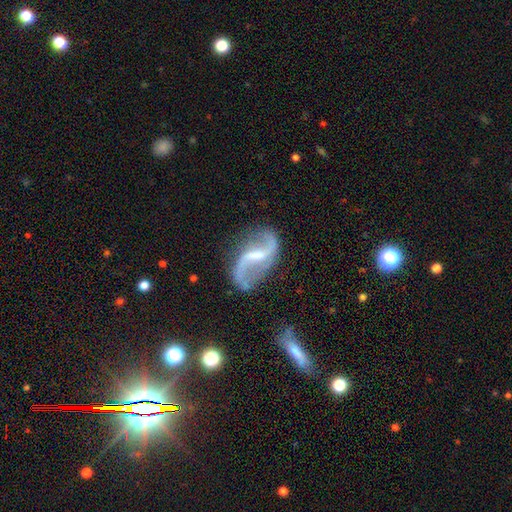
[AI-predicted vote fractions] Overall: featured or disk (90%). Edge-on disk: no (97%). Bar: weak (49%; strong 33%). Spiral arms: yes (96%). Spiral arm count: 2 (93%). Spiral winding: loose (78%). Bulge size: small (48%; moderate 25%). Merging: none (74%).